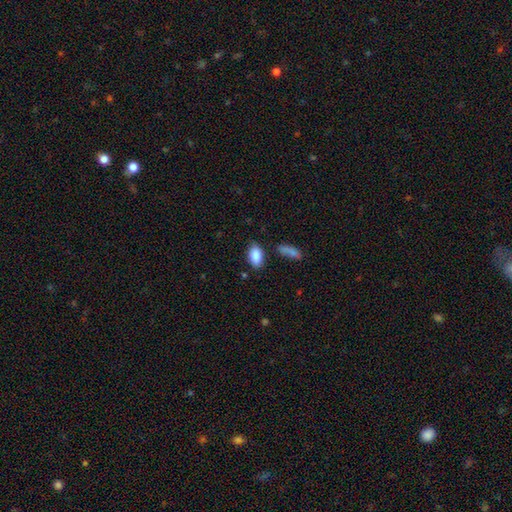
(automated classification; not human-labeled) smooth_or_featured: smooth (p=0.87) [alt: star or artifact p=0.07]
how_rounded: in between (p=0.91) [alt: round p=0.06]
merging: none (p=0.75) [alt: minor disturbance p=0.16]